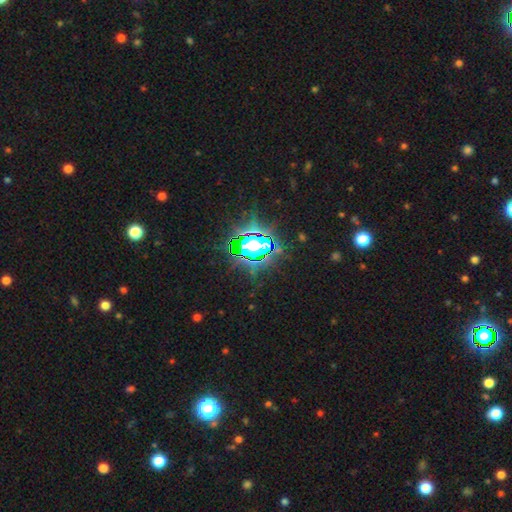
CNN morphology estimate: This is likely a star or artifact rather than a galaxy (75%).